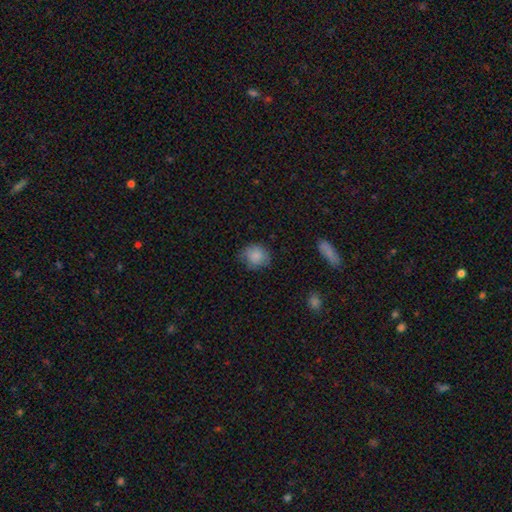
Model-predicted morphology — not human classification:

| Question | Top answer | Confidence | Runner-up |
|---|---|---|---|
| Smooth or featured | smooth | 84% | star or artifact (8%) |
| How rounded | round | 77% | in between (22%) |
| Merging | none | 68% | minor disturbance (24%) |